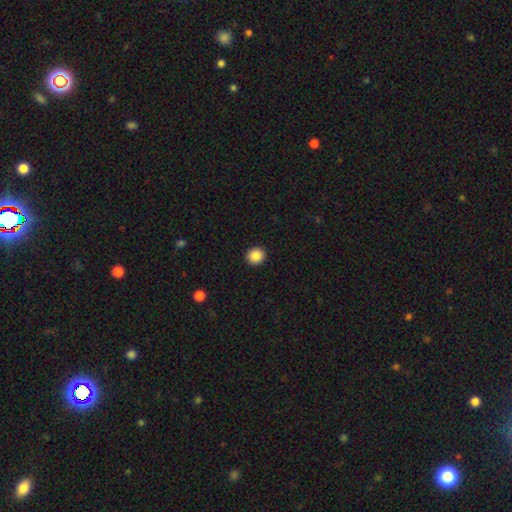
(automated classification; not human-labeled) Overall: smooth (88%). How rounded: round (86%). Merging: none (92%).